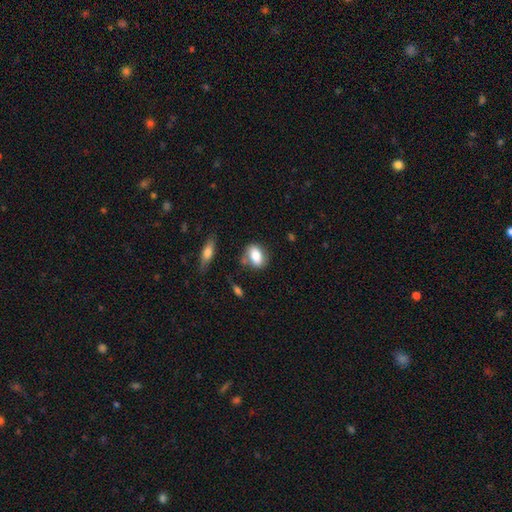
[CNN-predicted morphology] Smooth or featured? Predicted: smooth (p=0.79). How rounded? Predicted: in between (p=0.78). Merging? Predicted: none (p=0.69).